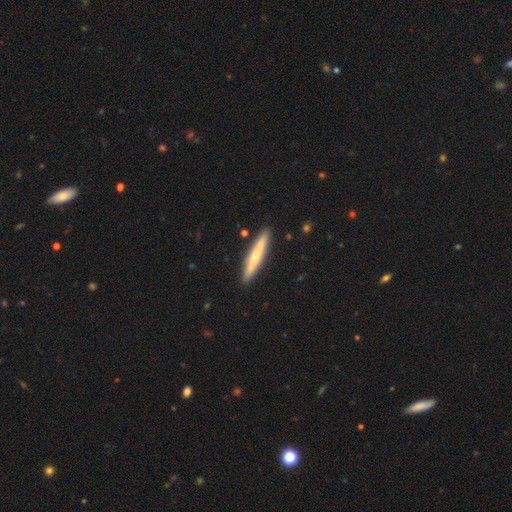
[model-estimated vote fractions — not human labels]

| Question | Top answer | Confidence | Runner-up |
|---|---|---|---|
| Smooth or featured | smooth | 61% | featured or disk (33%) |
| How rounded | cigar-shaped | 95% | in between (4%) |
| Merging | none | 91% | minor disturbance (6%) |